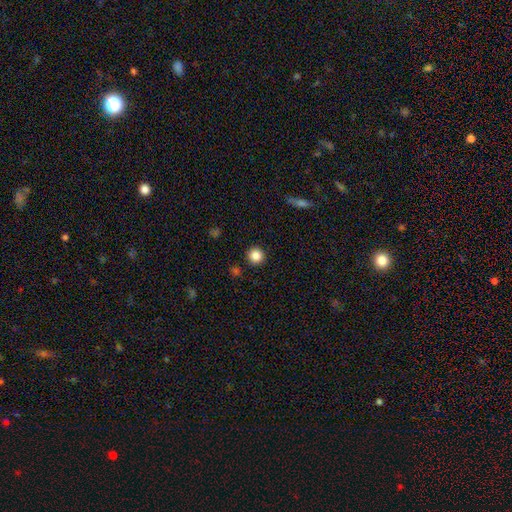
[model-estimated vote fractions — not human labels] A smooth galaxy with no disk features (86%) that is round (95%).

Vote fractions:
- Smooth or featured? smooth: 86% / star or artifact: 10% / featured or disk: 4%
- How rounded? round: 95% / in between: 4% / cigar-shaped: 1%
- Merging? none: 92% / minor disturbance: 5% / major disturbance: 2% / merger: 2%